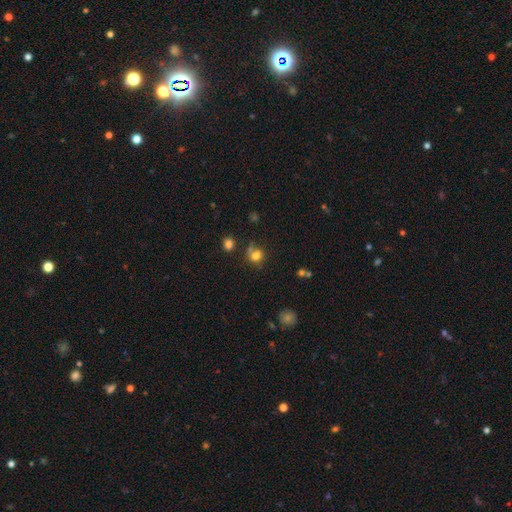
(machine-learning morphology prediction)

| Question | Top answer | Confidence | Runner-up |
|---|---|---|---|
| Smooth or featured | smooth | 75% | star or artifact (15%) |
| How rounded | round | 74% | in between (25%) |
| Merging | none | 55% | merger (22%) |